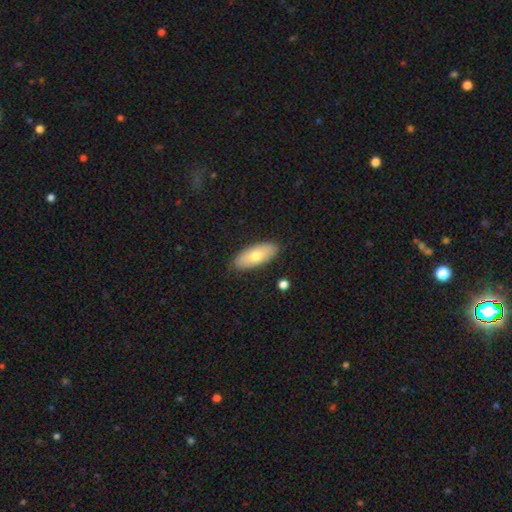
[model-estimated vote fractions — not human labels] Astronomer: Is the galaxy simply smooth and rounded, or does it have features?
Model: smooth — 71%.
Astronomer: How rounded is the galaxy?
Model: in between — 82%.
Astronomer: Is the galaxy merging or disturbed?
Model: none — 88%.